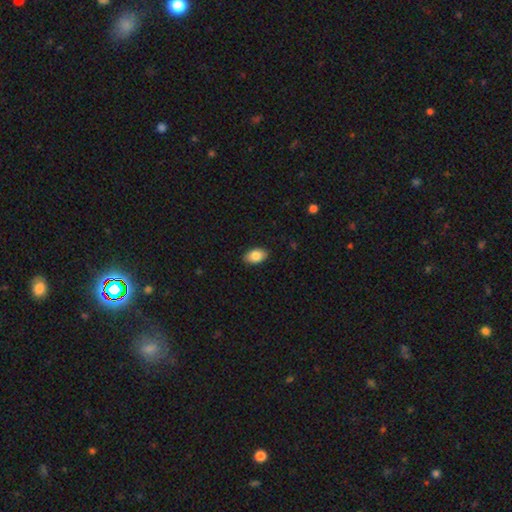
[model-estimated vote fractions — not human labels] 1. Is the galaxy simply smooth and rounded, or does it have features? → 85% smooth, 8% featured or disk, 7% star or artifact.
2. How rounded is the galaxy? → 92% in between, 7% round, 1% cigar-shaped.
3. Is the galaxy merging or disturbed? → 88% none, 9% minor disturbance, 2% major disturbance, 1% merger.